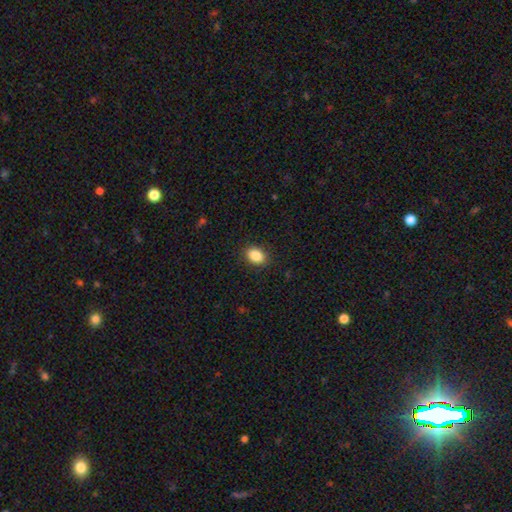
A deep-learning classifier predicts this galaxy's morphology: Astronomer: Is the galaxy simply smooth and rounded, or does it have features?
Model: smooth — 87%.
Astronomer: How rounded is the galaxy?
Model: in between — 74%.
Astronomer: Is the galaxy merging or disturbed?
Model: none — 89%.